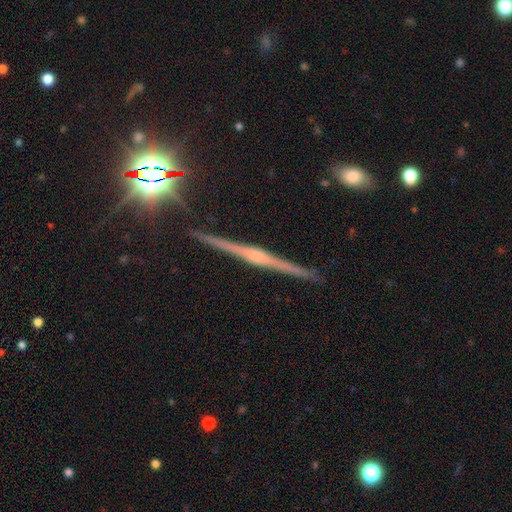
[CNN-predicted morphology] The model was most divided on "edge-on bulge": rounded: 64%, none: 20%, boxy: 17%. More confident: edge-on disk — yes (98%); merging — none (91%); smooth or featured — featured or disk (76%).